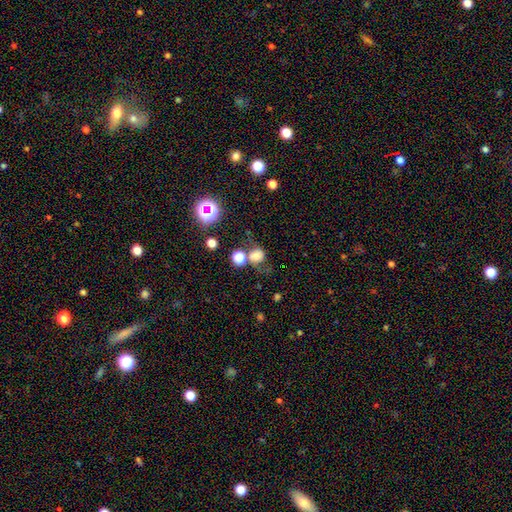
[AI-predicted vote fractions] smooth_or_featured: smooth (p=0.66) [alt: star or artifact p=0.19]
how_rounded: round (p=0.71) [alt: in between p=0.28]
merging: none (p=0.46) [alt: merger p=0.21]